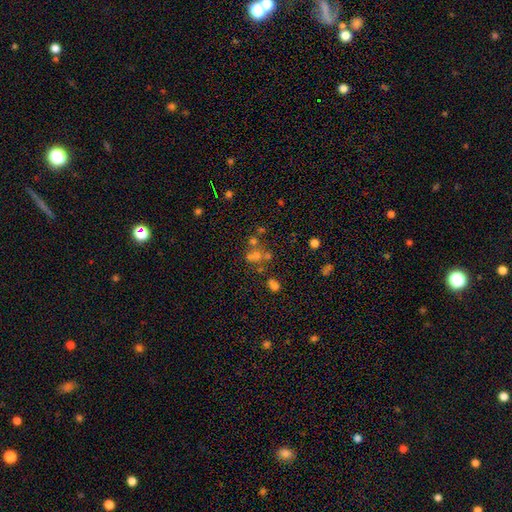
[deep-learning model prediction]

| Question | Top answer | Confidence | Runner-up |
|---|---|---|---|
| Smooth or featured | star or artifact | 40% | smooth (38%) |